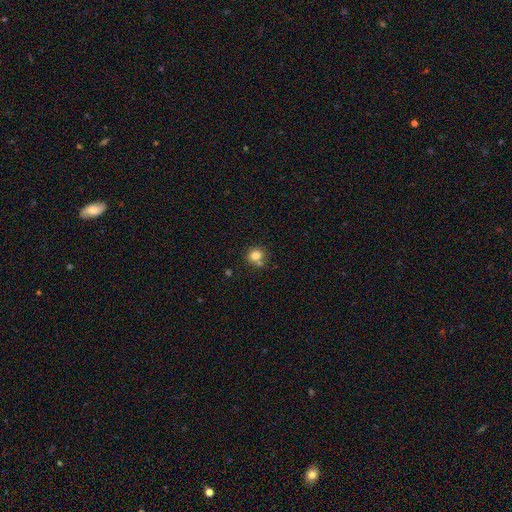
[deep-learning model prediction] Smooth or featured? smooth (79%)
How rounded? round (81%)
Merging? none (63%)